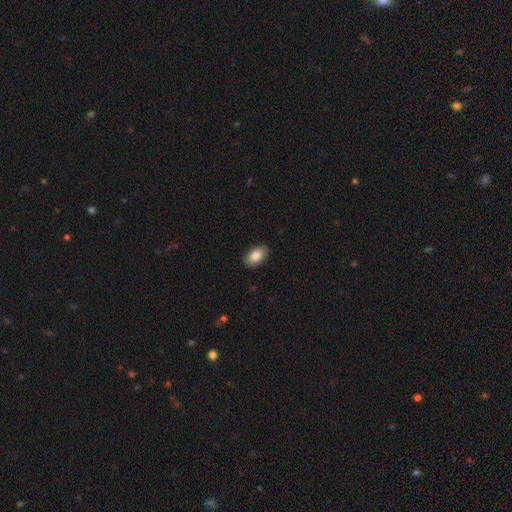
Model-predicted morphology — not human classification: type=smooth (86%); roundness=in between (93%); merging=none (88%).